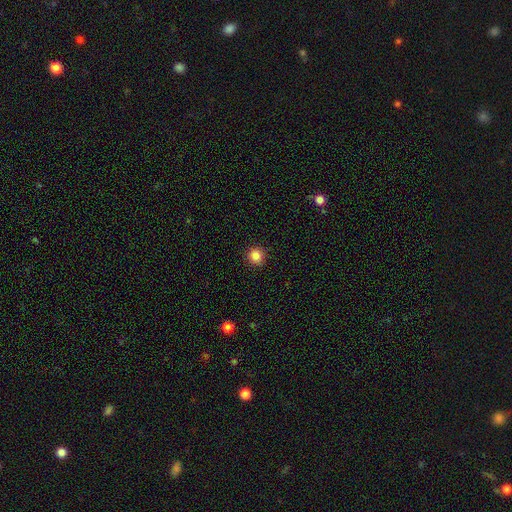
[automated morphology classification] type=smooth (85%); roundness=round (94%); merging=none (92%).